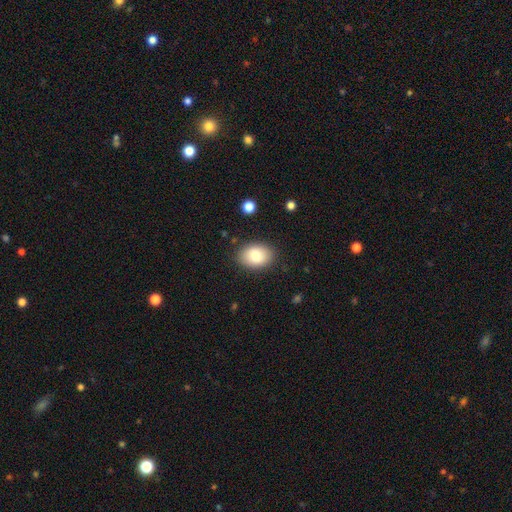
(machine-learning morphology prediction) Smooth or featured: smooth — 82% (featured or disk — 10%)
How rounded: in between — 80% (round — 19%)
Merging: none — 86% (minor disturbance — 10%)